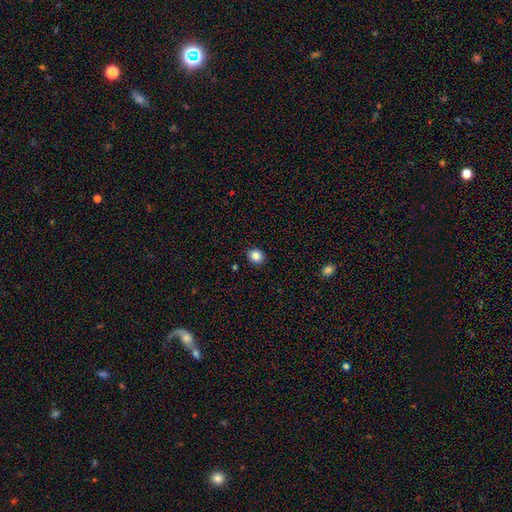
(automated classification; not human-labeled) This appears to be a smooth galaxy with no disk features (85%) that is round (71%). Merging: none (91%).